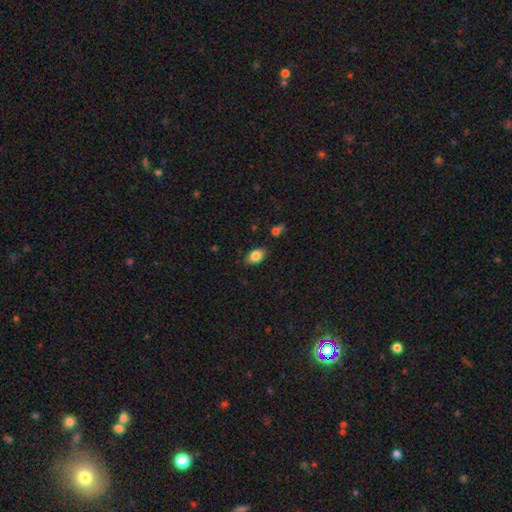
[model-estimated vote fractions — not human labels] This appears to be a smooth galaxy with no disk features (85%) that is in between round and cigar-shaped (87%). Merging: none (82%).